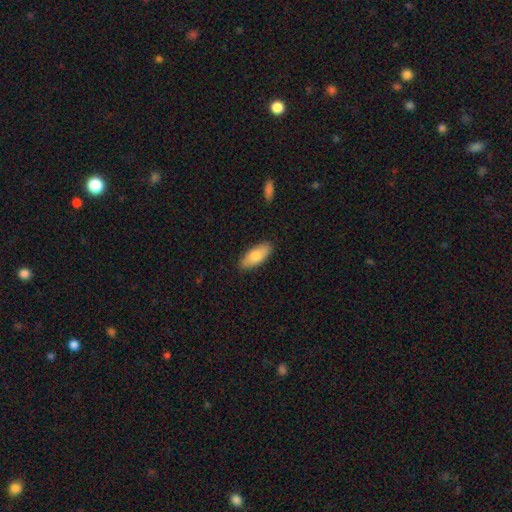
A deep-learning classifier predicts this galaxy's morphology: The model was most divided on "smooth or featured": smooth: 79%, featured or disk: 16%, star or artifact: 6%. More confident: merging — none (87%); how rounded — in between (82%).